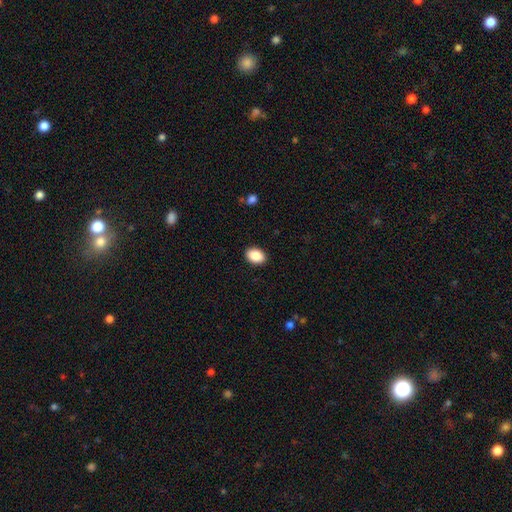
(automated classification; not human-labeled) This is clearly a smooth galaxy (88%). How rounded: likely in between (78%). Merging: clearly none (91%).